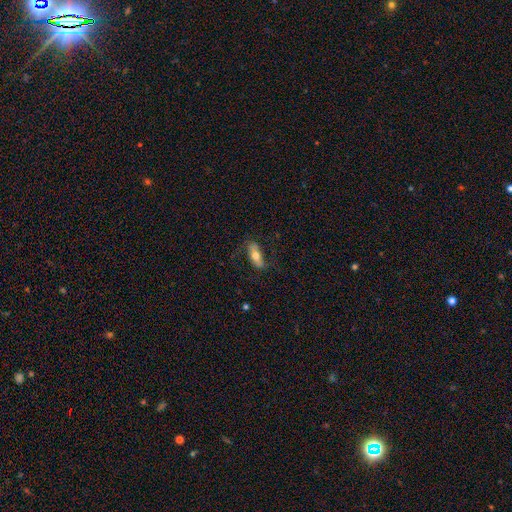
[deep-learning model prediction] Smooth or featured? Predicted: smooth (p=0.55). How rounded? Predicted: in between (p=0.65). Merging? Predicted: none (p=0.74).